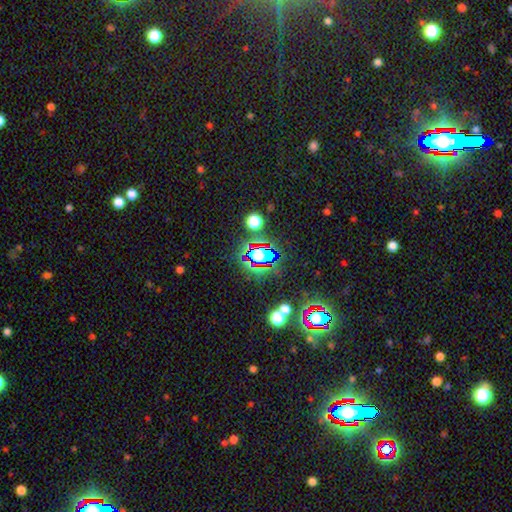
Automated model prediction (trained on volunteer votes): A star or artifact, not a galaxy (59%).